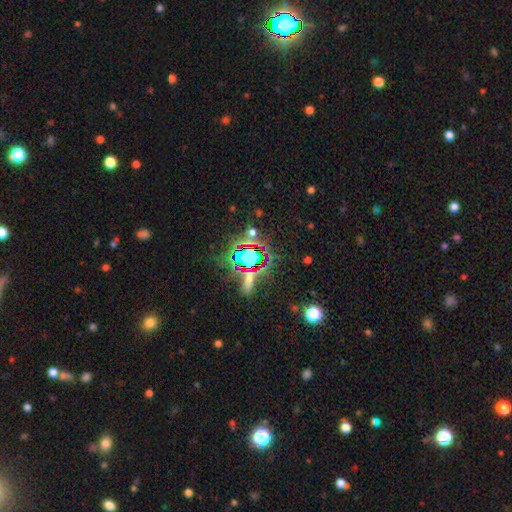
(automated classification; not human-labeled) star or artifact 70%, smooth 19%, featured or disk 11%.